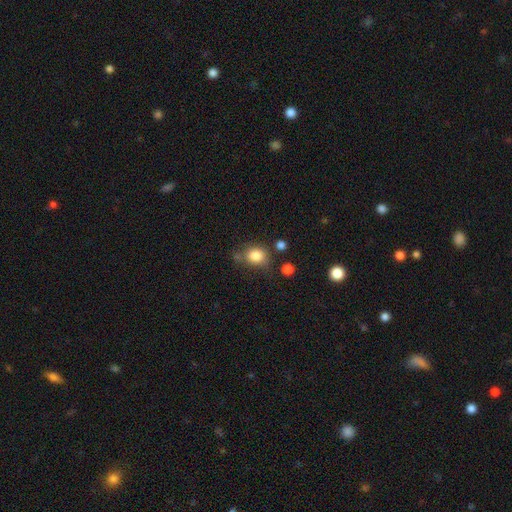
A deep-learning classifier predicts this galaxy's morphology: This appears to be a smooth galaxy with no disk features (83%) that is round (62%). Merging: none (61%).